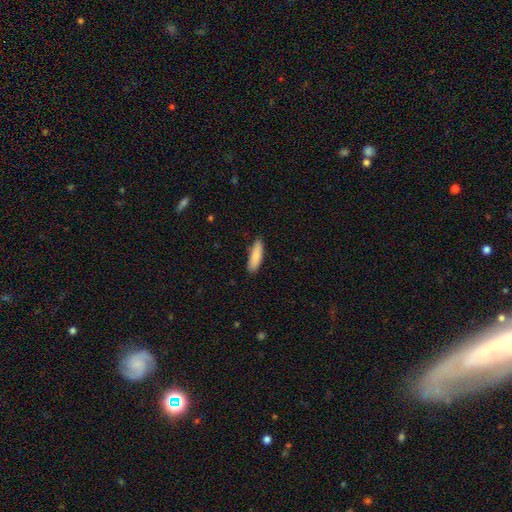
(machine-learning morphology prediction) This appears to be a smooth galaxy with no disk features (86%) that is cigar-shaped (55%). Merging: none (86%).